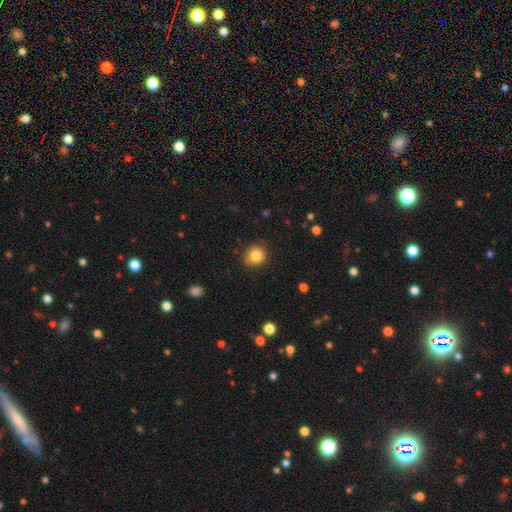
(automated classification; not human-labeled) A smooth galaxy with no disk features (84%) that is round (86%). Merging: none (84%).